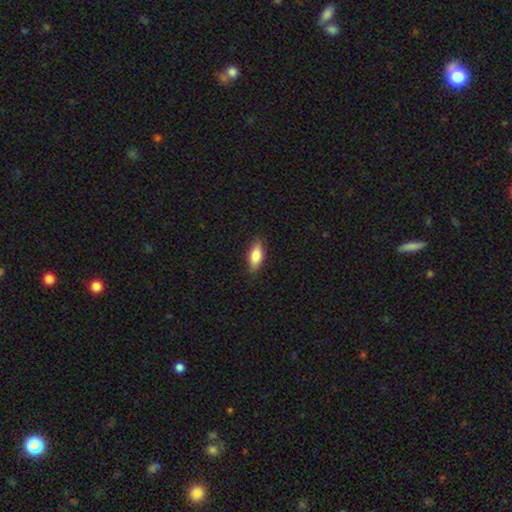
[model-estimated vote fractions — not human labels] Morphology: type=smooth (80%); roundness=in between (76%); merging=none (85%).